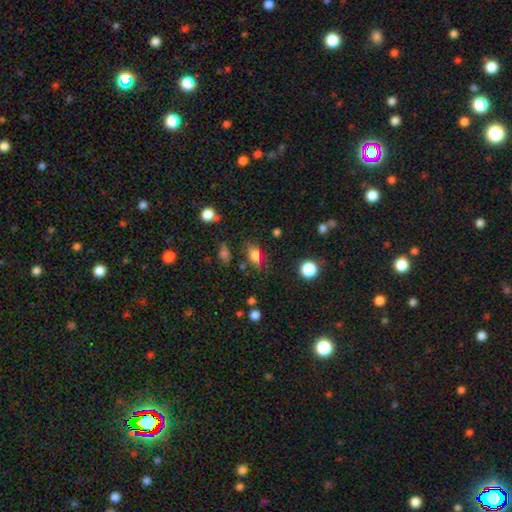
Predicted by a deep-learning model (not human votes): This is likely a smooth galaxy (76%). How rounded: clearly in between (82%). Merging: likely none (67%).